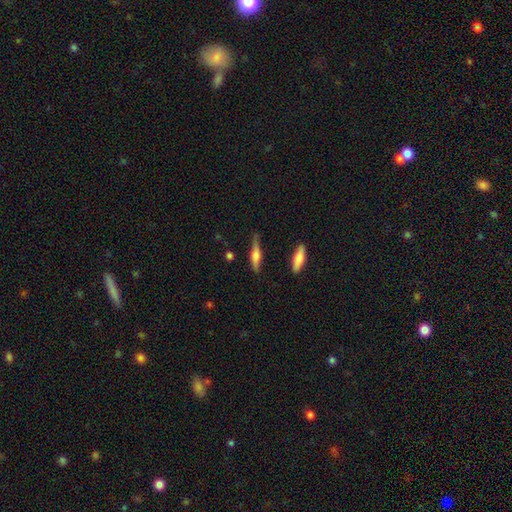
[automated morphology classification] Smooth or featured: featured or disk — 49% (smooth — 44%)
Merging: none — 76% (minor disturbance — 17%)